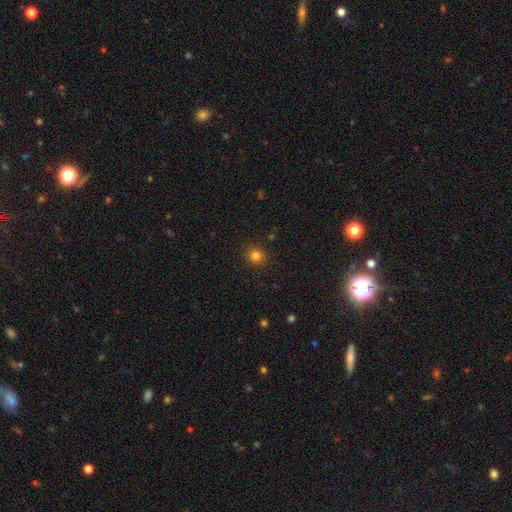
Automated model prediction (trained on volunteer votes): Smooth or featured? Predicted: smooth (p=0.81). How rounded? Predicted: round (p=0.90). Merging? Predicted: none (p=0.91).